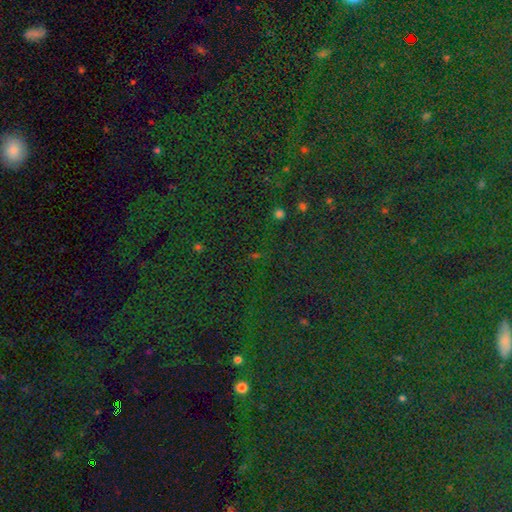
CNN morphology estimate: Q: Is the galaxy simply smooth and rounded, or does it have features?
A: star or artifact — 73%.